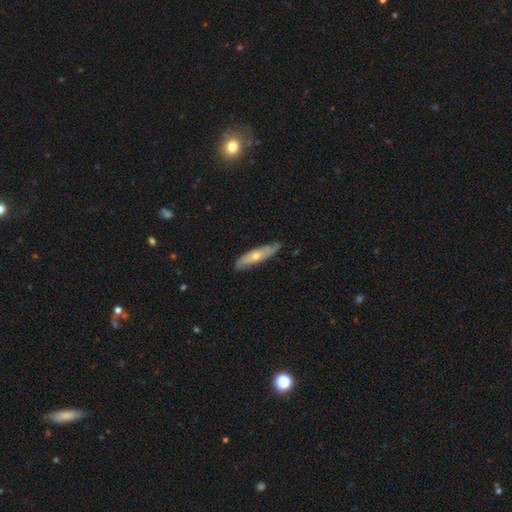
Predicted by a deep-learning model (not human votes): Smooth or featured? featured or disk (51%)
Edge-on disk? yes (52%)
Merging? none (81%)